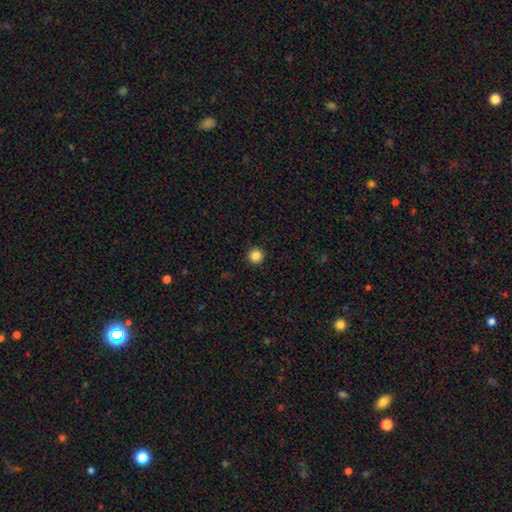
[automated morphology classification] Smooth or featured? Predicted: smooth (p=0.85). How rounded? Predicted: round (p=0.96). Merging? Predicted: none (p=0.93).